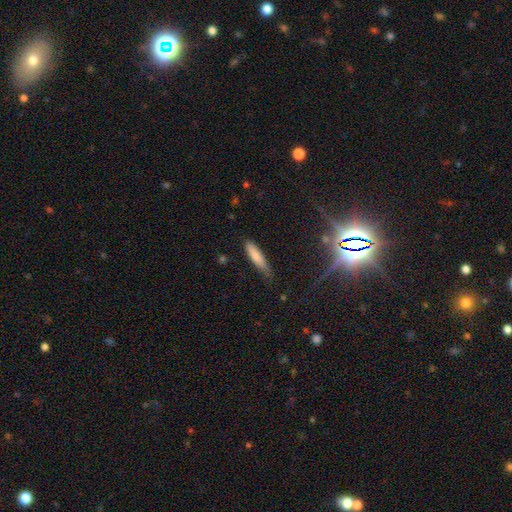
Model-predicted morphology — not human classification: A smooth galaxy with no disk features (79%) that is cigar-shaped (79%).

Vote fractions:
- Smooth or featured? smooth: 79% / featured or disk: 14% / star or artifact: 7%
- How rounded? cigar-shaped: 79% / in between: 20% / round: 2%
- Merging? none: 67% / minor disturbance: 26% / major disturbance: 4% / merger: 2%